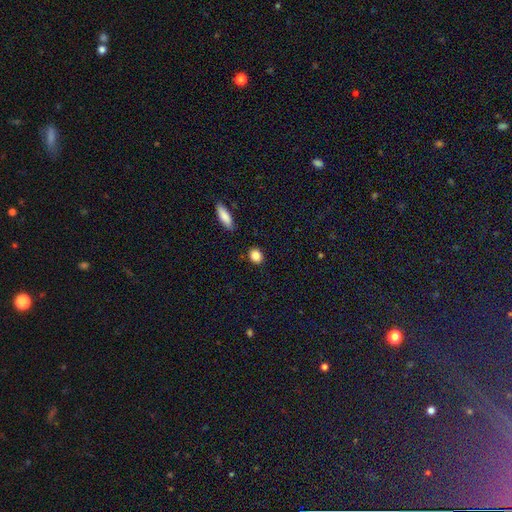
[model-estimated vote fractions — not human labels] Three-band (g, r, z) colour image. It shows a smooth galaxy with no disk features (86%) that is round (60%). Merging: none (87%).